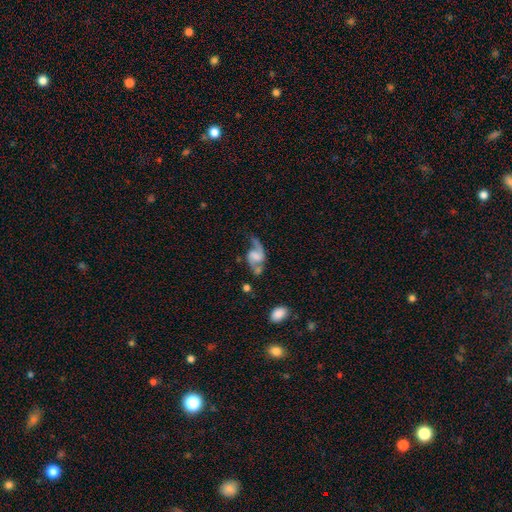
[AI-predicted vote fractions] Smooth or featured?
  - featured or disk: 79% *
  - smooth: 13%
  - star or artifact: 7%
Edge-on disk?
  - no: 97% *
  - yes: 3%
Bar?
  - weak: 44% *
  - no: 37%
  - strong: 19%
Spiral arms?
  - yes: 93% *
  - no: 7%
Spiral winding?
  - loose: 65% *
  - medium: 29%
  - tight: 7%
Spiral arm count?
  - 2: 86% *
  - 1: 8%
  - can't tell: 3%
  - 3: 1%
  - 4: 1%
  - more than 4: 1%
Bulge size?
  - none: 42% *
  - small: 21%
  - moderate: 20%
  - large: 14%
  - dominant: 3%
Merging?
  - none: 47% *
  - minor disturbance: 21%
  - major disturbance: 21%
  - merger: 11%